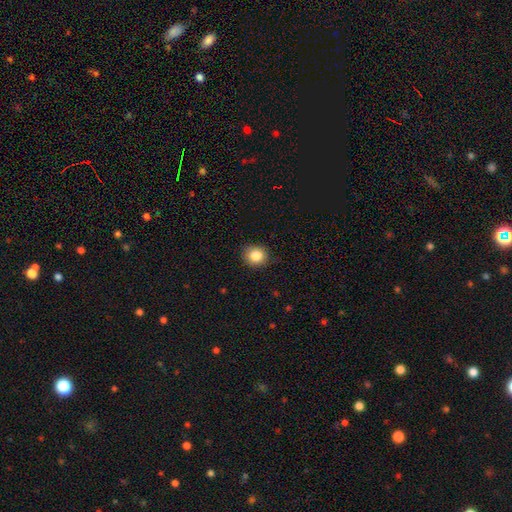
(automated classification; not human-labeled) smooth-or-featured: smooth: 85% | star or artifact: 10% | featured or disk: 6%
  how-rounded: round: 81% | in between: 18% | cigar-shaped: 1%
  merging: none: 85% | minor disturbance: 12% | major disturbance: 2% | merger: 1%